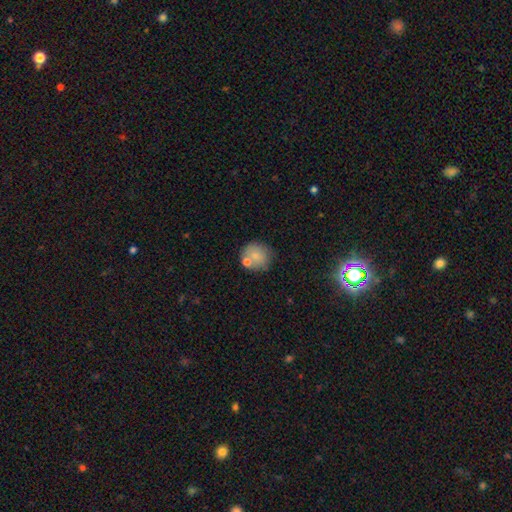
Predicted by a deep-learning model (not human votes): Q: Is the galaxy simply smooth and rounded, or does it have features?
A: smooth — 75%.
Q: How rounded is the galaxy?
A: round — 88%.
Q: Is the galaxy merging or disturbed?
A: none — 62%.